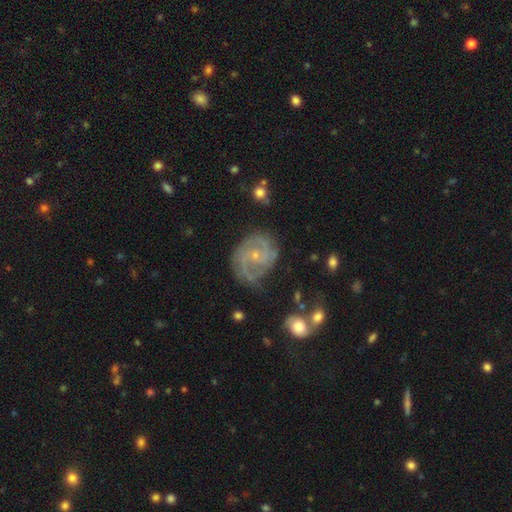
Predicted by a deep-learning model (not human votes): featured or disk 85%, smooth 9%, star or artifact 6%. Down the decision tree: edge-on disk — no (98%); bar — no (65%); spiral arms — yes (95%); spiral arm count — 2 (52%); spiral winding — tight (45%); bulge size — small (78%); merging — none (65%).